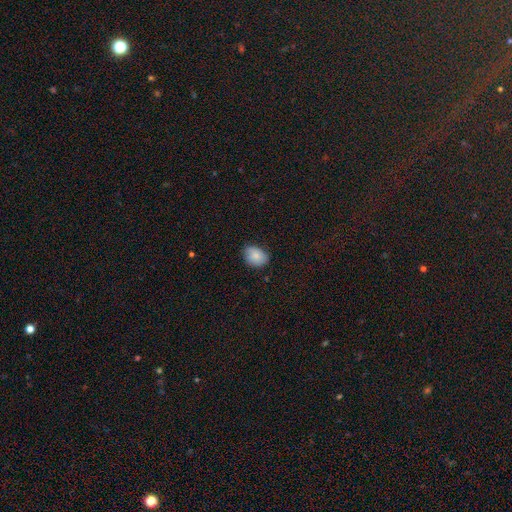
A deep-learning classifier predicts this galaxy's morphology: Smooth or featured? smooth (82%)
How rounded? in between (67%)
Merging? none (67%)